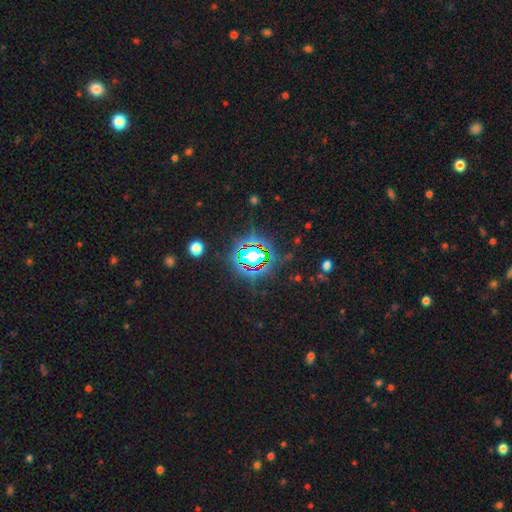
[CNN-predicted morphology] smooth-or-featured: star or artifact: 81% | smooth: 11% | featured or disk: 8%